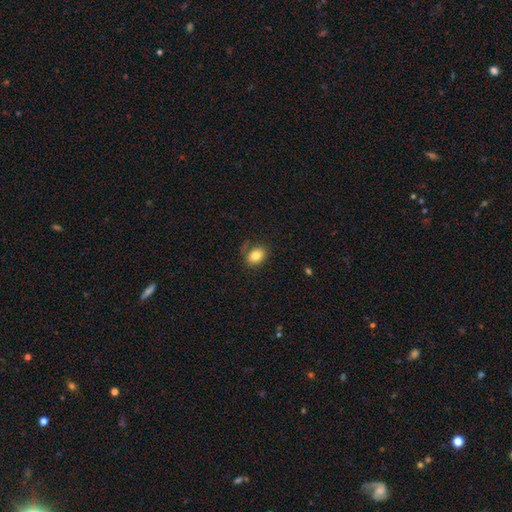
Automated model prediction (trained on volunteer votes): Smooth or featured?
  - smooth: 83% *
  - star or artifact: 9%
  - featured or disk: 8%
How rounded?
  - in between: 68% *
  - round: 31%
  - cigar-shaped: 1%
Merging?
  - none: 77% *
  - minor disturbance: 15%
  - major disturbance: 5%
  - merger: 3%